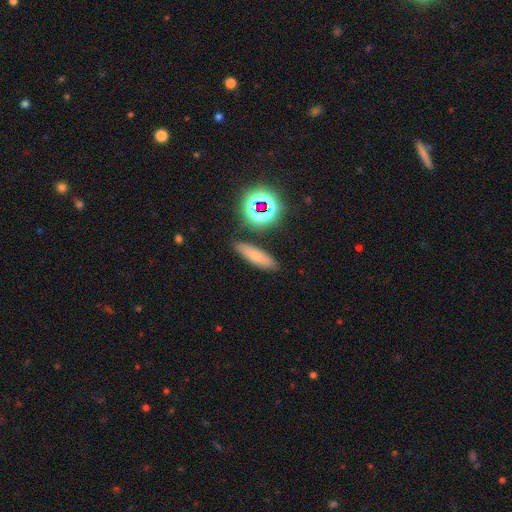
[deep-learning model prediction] Smooth or featured: smooth — 66% (star or artifact — 19%)
How rounded: cigar-shaped — 52% (in between — 39%)
Merging: none — 83% (minor disturbance — 9%)